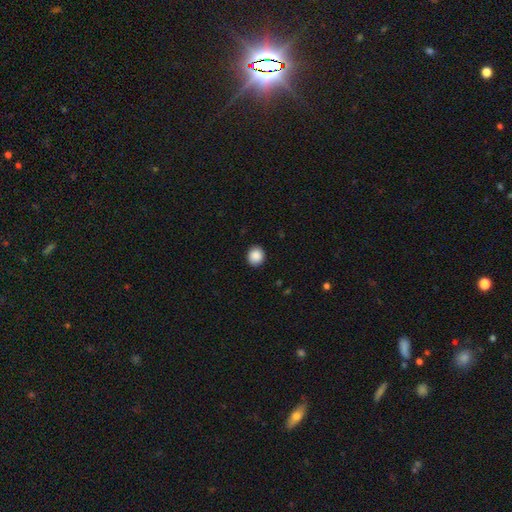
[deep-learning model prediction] smooth-or-featured: smooth: 89% | star or artifact: 8% | featured or disk: 3%
  how-rounded: round: 82% | in between: 18% | cigar-shaped: 1%
  merging: none: 91% | minor disturbance: 6% | major disturbance: 2% | merger: 1%